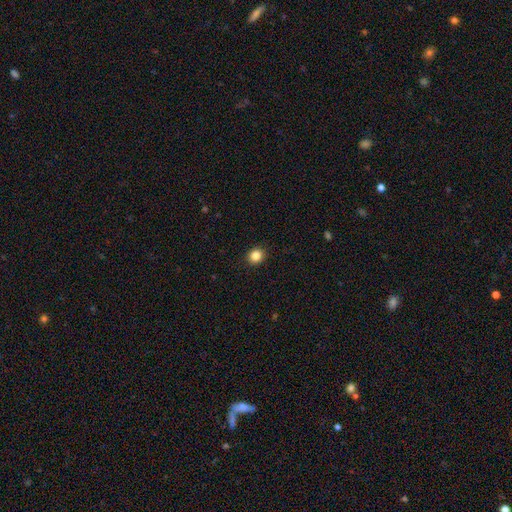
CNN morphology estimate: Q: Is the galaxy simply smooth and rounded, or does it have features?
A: smooth — 85%.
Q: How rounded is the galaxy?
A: round — 79%.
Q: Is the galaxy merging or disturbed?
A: none — 92%.